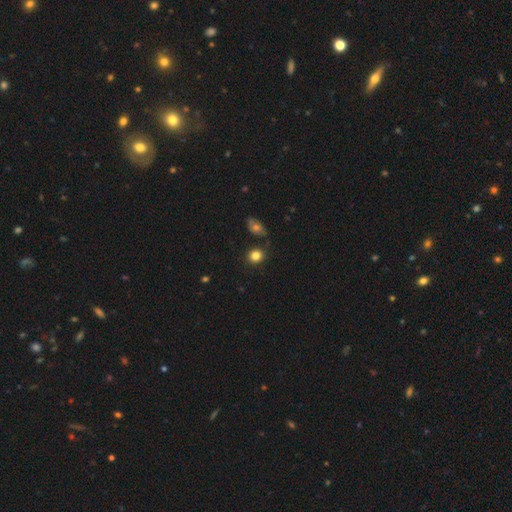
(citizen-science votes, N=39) A smooth galaxy with no disk features (82%) that is round (81%). Merging: none (67%).